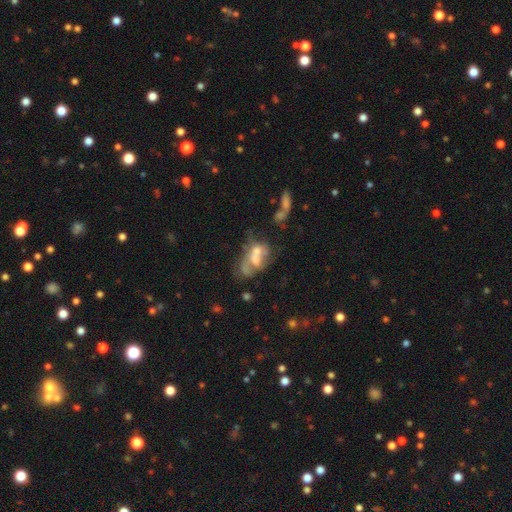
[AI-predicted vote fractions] The model was most divided on "bulge size": moderate: 36%, none: 30%, small: 18%, large: 14%, dominant: 3%. Remaining: edge-on disk — no (96%); spiral arms — no (85%); bar — no (84%); smooth or featured — featured or disk (52%); merging — merger (46%).